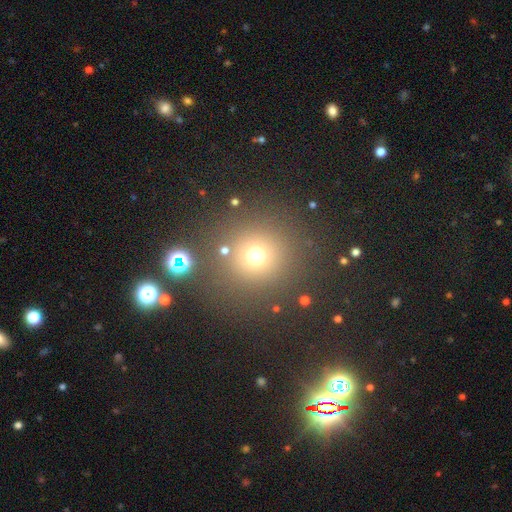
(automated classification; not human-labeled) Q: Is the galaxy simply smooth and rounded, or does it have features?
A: smooth — 68%.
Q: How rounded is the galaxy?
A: round — 93%.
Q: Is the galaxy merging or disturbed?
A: none — 82%.